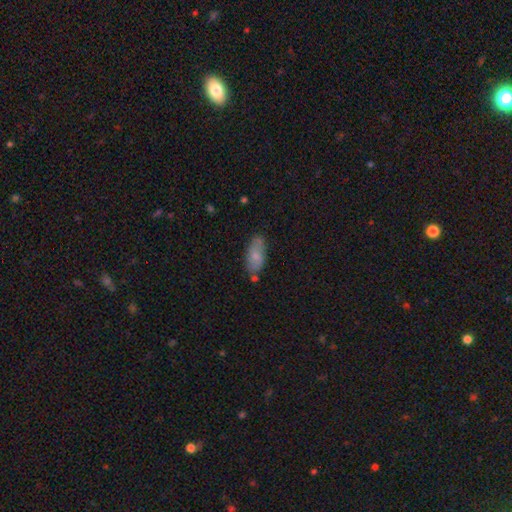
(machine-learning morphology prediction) Overall: smooth (76%). How rounded: in between (85%). Merging: none (69%).